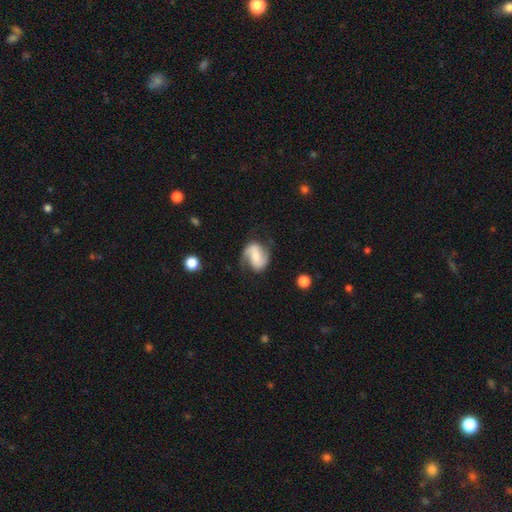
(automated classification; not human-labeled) Smooth or featured?
  - featured or disk: 74% *
  - smooth: 19%
  - star or artifact: 6%
Edge-on disk?
  - no: 98% *
  - yes: 2%
Bar?
  - weak: 40% *
  - no: 32%
  - strong: 27%
Spiral arms?
  - yes: 94% *
  - no: 6%
Spiral winding?
  - medium: 44% *
  - loose: 36%
  - tight: 20%
Spiral arm count?
  - 2: 87% *
  - 1: 5%
  - can't tell: 4%
  - 3: 1%
  - 4: 1%
  - more than 4: 1%
Bulge size?
  - small: 38% *
  - moderate: 37%
  - none: 14%
  - large: 9%
  - dominant: 2%
Merging?
  - none: 68% *
  - minor disturbance: 21%
  - major disturbance: 10%
  - merger: 2%